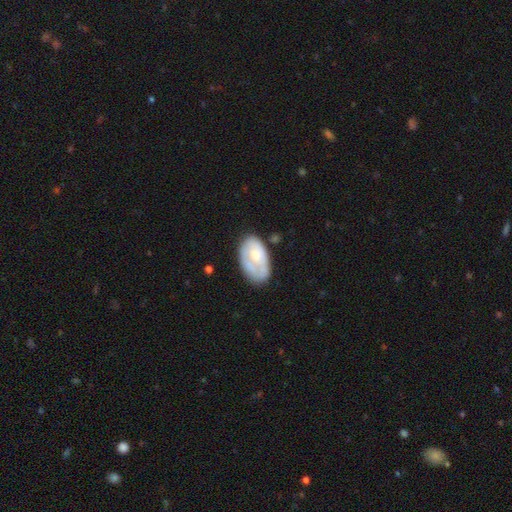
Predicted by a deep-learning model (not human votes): smooth_or_featured: smooth (p=0.53) [alt: featured or disk p=0.41]
how_rounded: in between (p=0.93) [alt: round p=0.06]
merging: none (p=0.55) [alt: minor disturbance p=0.28]